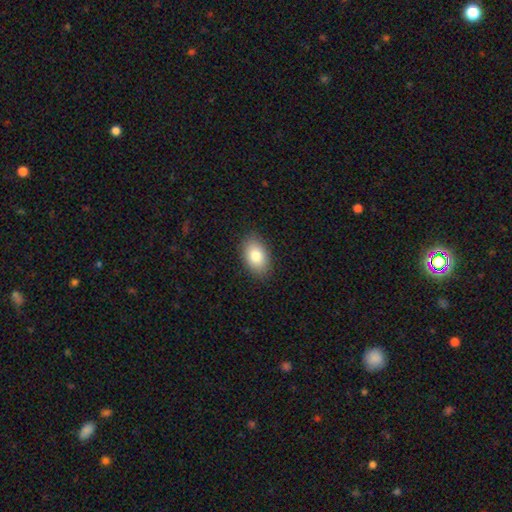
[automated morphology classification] This appears to be a smooth galaxy with no disk features (82%) that is in between round and cigar-shaped (89%). Merging: none (88%).